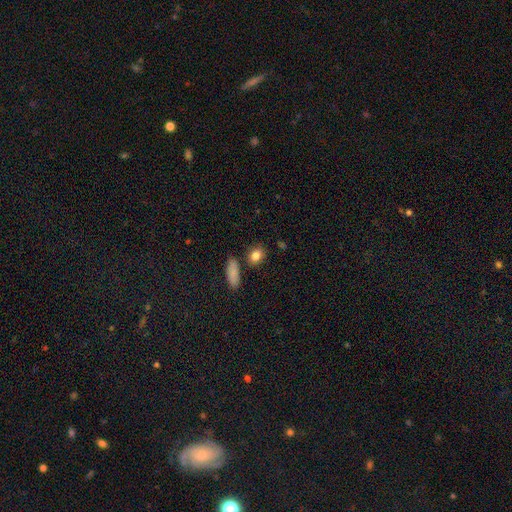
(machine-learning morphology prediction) This appears to be a smooth galaxy with no disk features (85%) that is in between round and cigar-shaped (54%). Merging: none (81%).